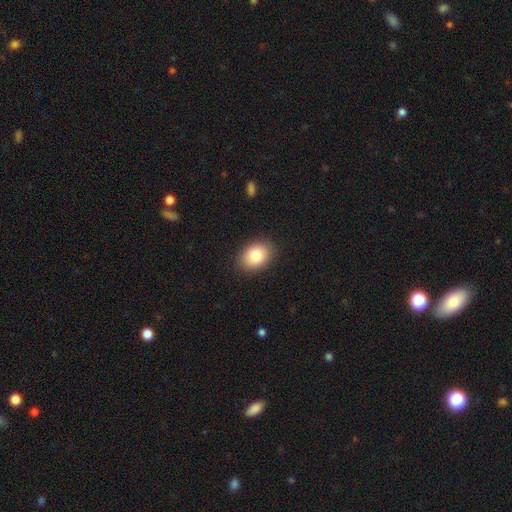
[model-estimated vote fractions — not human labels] This is clearly a smooth galaxy (82%). How rounded: likely in between (70%). Merging: clearly none (88%).